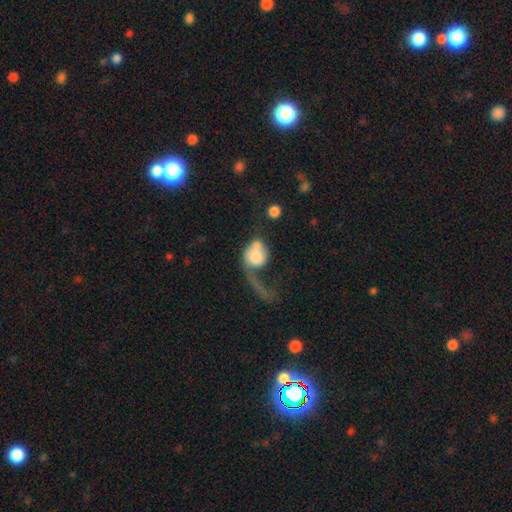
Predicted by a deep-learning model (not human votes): smooth 60%, featured or disk 33%, star or artifact 7%. Down the decision tree: how rounded — round (55%); merging — major disturbance (53%).